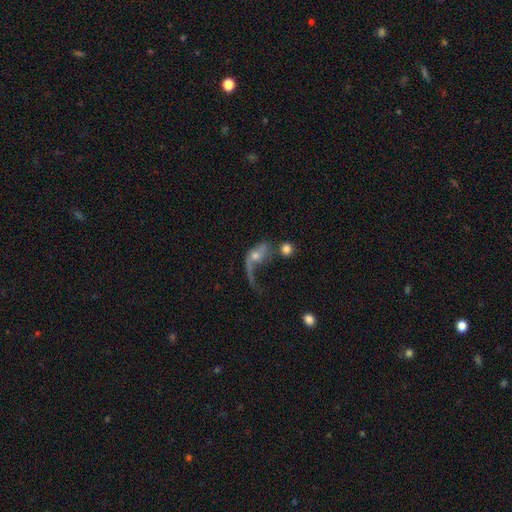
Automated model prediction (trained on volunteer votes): Smooth or featured: featured or disk — 65% (smooth — 25%)
Edge-on disk: no — 93% (yes — 7%)
Bar: no — 71% (weak — 22%)
Spiral arms: yes — 75% (no — 25%)
Bulge size: moderate — 47% (small — 41%)
Merging: major disturbance — 48% (none — 21%)